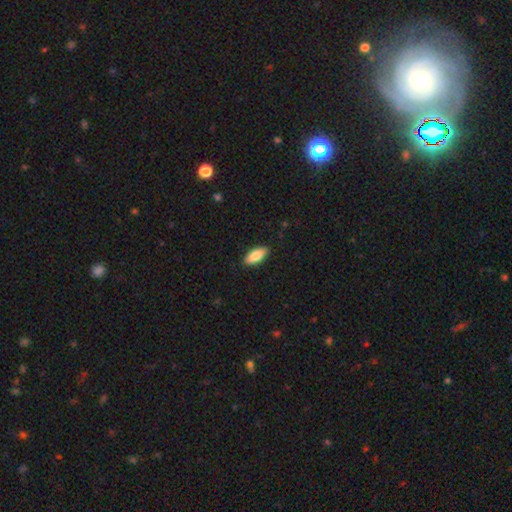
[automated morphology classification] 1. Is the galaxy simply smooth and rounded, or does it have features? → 83% smooth, 11% featured or disk, 6% star or artifact.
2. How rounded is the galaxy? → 83% in between, 15% cigar-shaped, 2% round.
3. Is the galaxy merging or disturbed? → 89% none, 8% minor disturbance, 2% major disturbance, 1% merger.